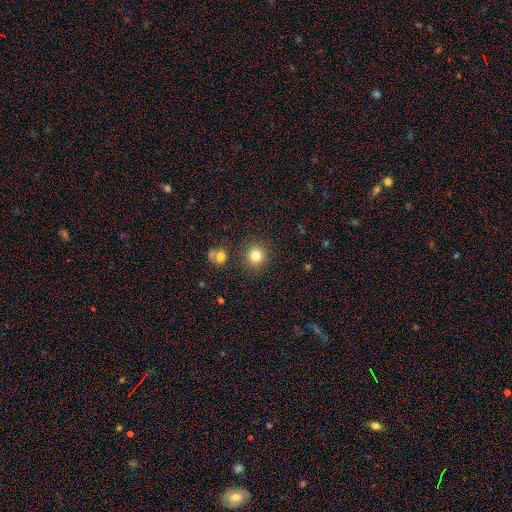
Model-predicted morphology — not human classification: The model was most divided on "smooth or featured": smooth: 81%, star or artifact: 12%, featured or disk: 7%. More confident: how rounded — round (89%); merging — none (85%).